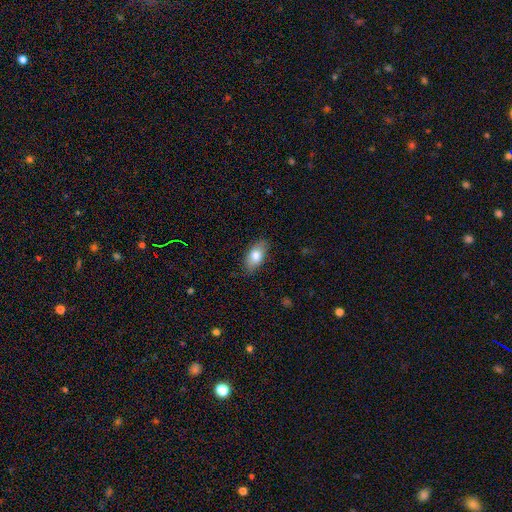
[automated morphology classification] Smooth or featured: smooth — 78% (featured or disk — 15%)
How rounded: in between — 90% (cigar-shaped — 6%)
Merging: none — 83% (minor disturbance — 13%)